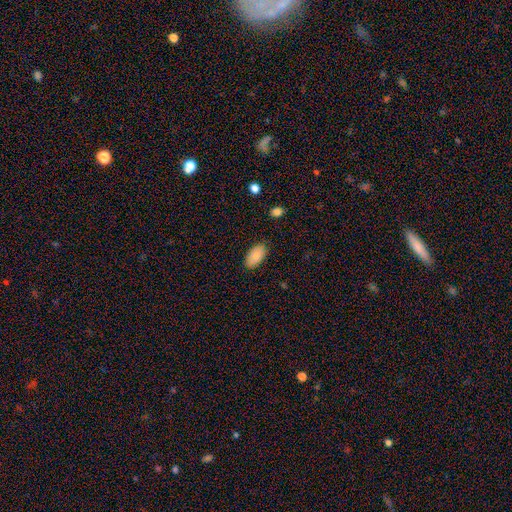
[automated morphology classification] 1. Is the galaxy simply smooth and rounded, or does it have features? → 84% smooth, 9% featured or disk, 7% star or artifact.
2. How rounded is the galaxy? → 95% in between, 3% round, 2% cigar-shaped.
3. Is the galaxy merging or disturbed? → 86% none, 11% minor disturbance, 2% major disturbance, 1% merger.